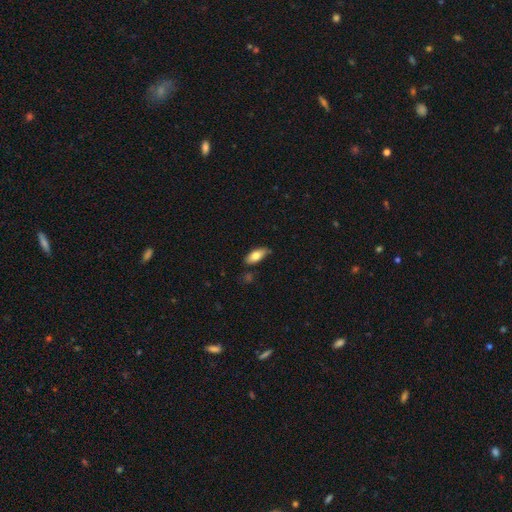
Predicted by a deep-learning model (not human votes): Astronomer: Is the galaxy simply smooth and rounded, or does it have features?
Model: smooth — 76%.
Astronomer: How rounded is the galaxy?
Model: in between — 84%.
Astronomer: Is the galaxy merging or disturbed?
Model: none — 73%.